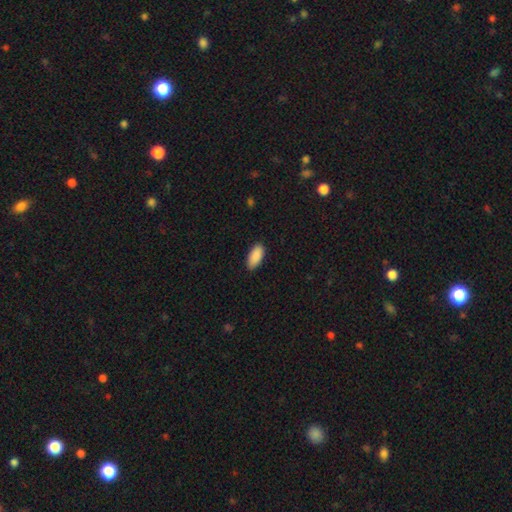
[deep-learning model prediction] This is clearly a smooth galaxy (91%). How rounded: clearly in between (91%). Merging: clearly none (86%).